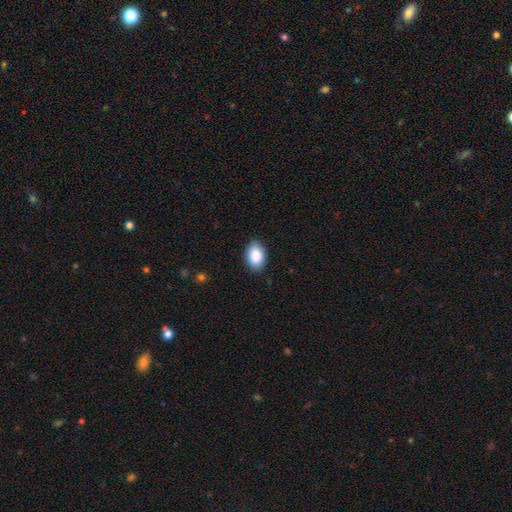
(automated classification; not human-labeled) smooth 89%, star or artifact 7%, featured or disk 5%. Down the decision tree: how rounded — in between (90%); merging — none (88%).